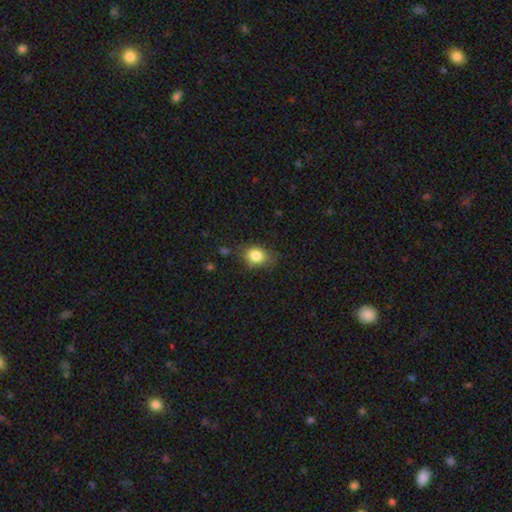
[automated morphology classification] Smooth or featured? Predicted: smooth (p=0.83). How rounded? Predicted: in between (p=0.61). Merging? Predicted: none (p=0.72).